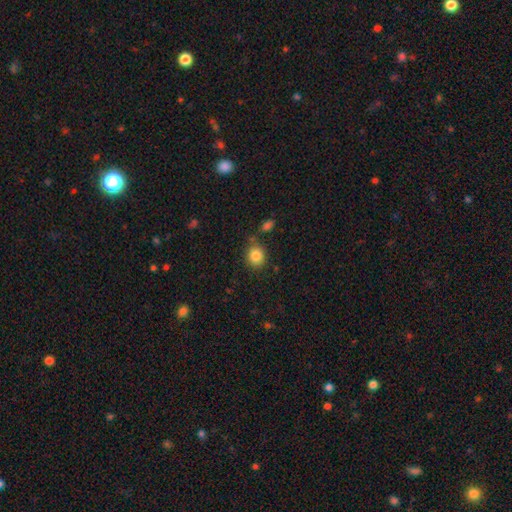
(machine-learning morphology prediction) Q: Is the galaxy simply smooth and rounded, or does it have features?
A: smooth — 85%.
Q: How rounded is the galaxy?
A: round — 71%.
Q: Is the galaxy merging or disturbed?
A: none — 77%.